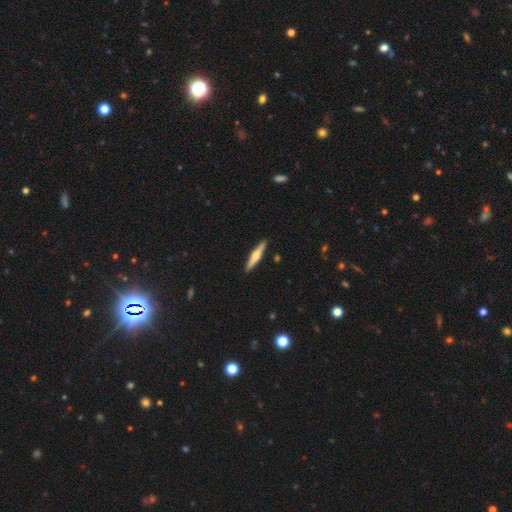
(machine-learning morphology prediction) A featured or disk galaxy (52%) viewed edge-on (96%) with a rounded central bulge (84%).

Vote fractions:
- Smooth or featured? featured or disk: 52% / smooth: 43% / star or artifact: 5%
- Edge-on disk? yes: 96% / no: 4%
- Edge-on bulge? rounded: 84% / boxy: 8% / none: 8%
- Merging? none: 90% / minor disturbance: 7% / major disturbance: 1% / merger: 1%